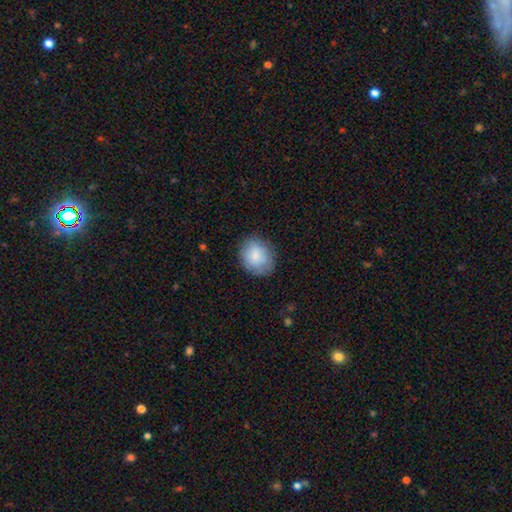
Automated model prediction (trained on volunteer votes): Smooth or featured? Predicted: smooth (p=0.82). How rounded? Predicted: round (p=0.57). Merging? Predicted: none (p=0.78).